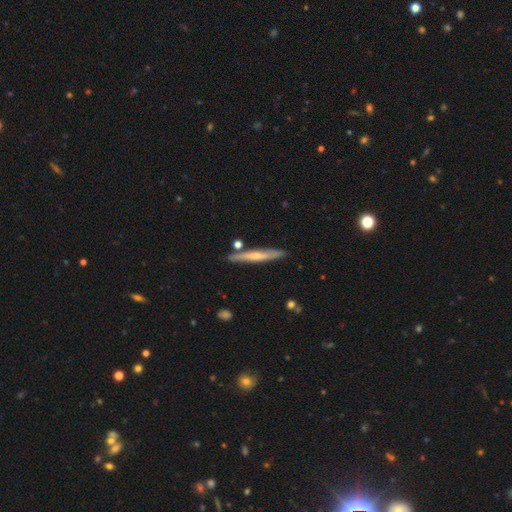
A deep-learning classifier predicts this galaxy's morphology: Q: Smooth or featured?
A: featured or disk (56%); runner-up: smooth (38%)
Q: Edge-on disk?
A: yes (93%); runner-up: no (7%)
Q: Edge-on bulge?
A: rounded (63%); runner-up: none (32%)
Q: Merging?
A: none (85%); runner-up: minor disturbance (10%)